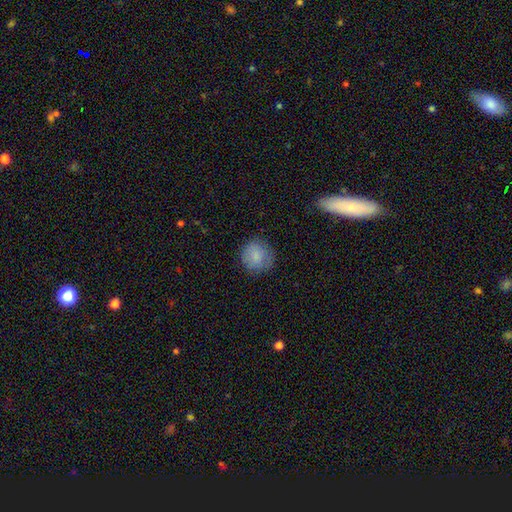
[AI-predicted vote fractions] smooth_or_featured: smooth (p=0.84) [alt: featured or disk p=0.09]
how_rounded: round (p=0.90) [alt: in between p=0.09]
merging: none (p=0.81) [alt: minor disturbance p=0.14]